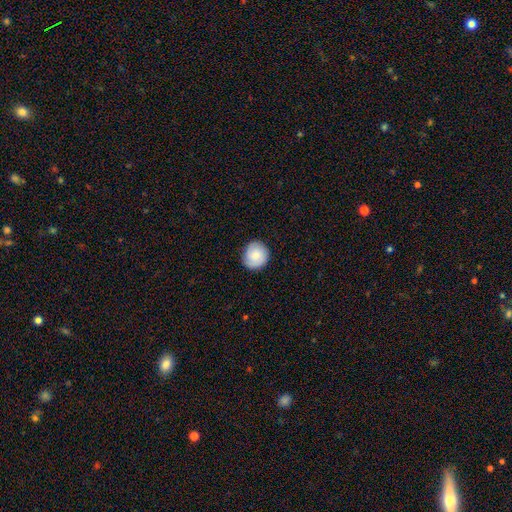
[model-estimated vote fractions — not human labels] smooth-or-featured: smooth: 78% | featured or disk: 15% | star or artifact: 7%
  how-rounded: round: 88% | in between: 11% | cigar-shaped: 1%
  merging: none: 84% | minor disturbance: 12% | major disturbance: 2% | merger: 1%